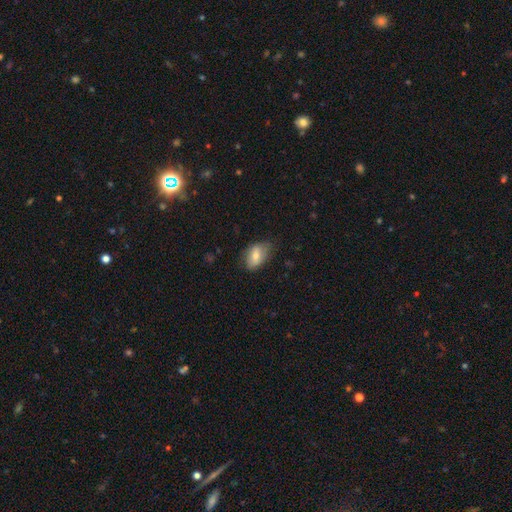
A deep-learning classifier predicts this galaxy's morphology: type=smooth (70%); roundness=in between (89%); merging=none (65%).